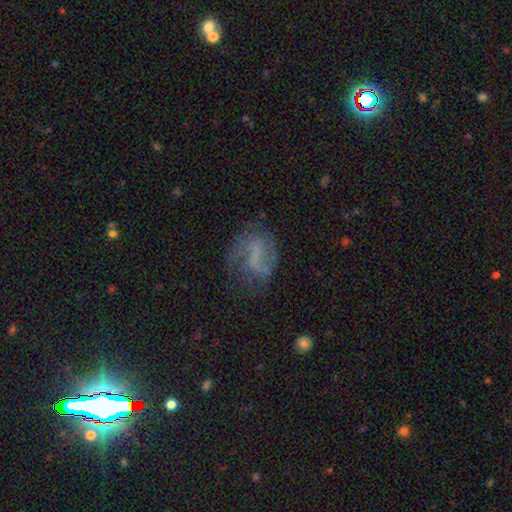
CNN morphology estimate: This appears to be a featured or disk galaxy (61%) with a weak bar (38%), spiral arms (78%) and no central bulge (65%). Merging: none (55%).